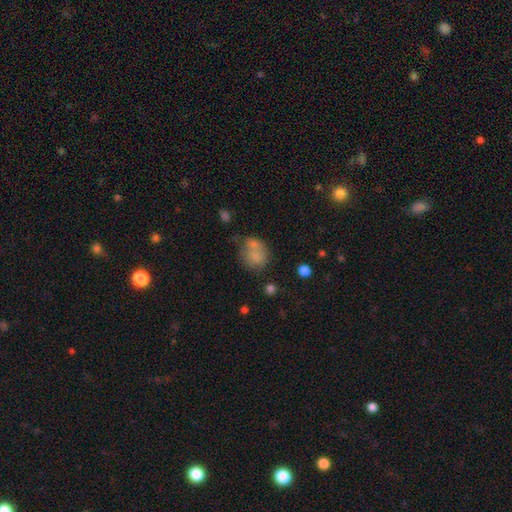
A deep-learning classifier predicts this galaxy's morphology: Smooth or featured?
  - smooth: 74% *
  - featured or disk: 15%
  - star or artifact: 11%
How rounded?
  - round: 69% *
  - in between: 30%
  - cigar-shaped: 1%
Merging?
  - none: 42% *
  - merger: 29%
  - minor disturbance: 18%
  - major disturbance: 10%